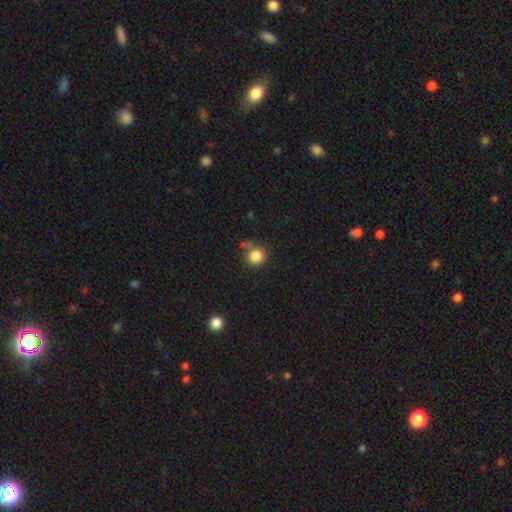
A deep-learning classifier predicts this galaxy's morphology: smooth_or_featured: smooth (p=0.85) [alt: star or artifact p=0.10]
how_rounded: round (p=0.90) [alt: in between p=0.09]
merging: none (p=0.70) [alt: minor disturbance p=0.15]